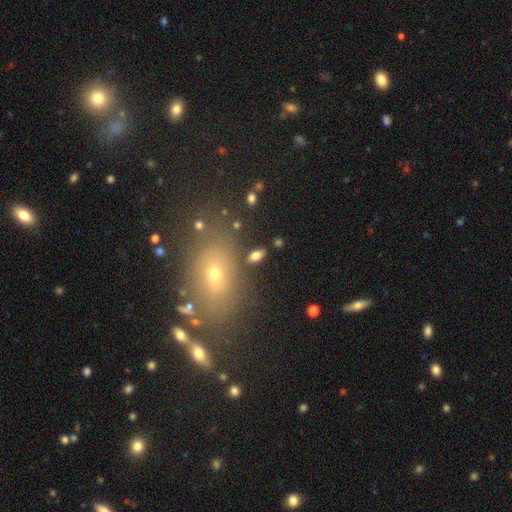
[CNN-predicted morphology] Smooth or featured? smooth (77%)
How rounded? in between (88%)
Merging? none (82%)